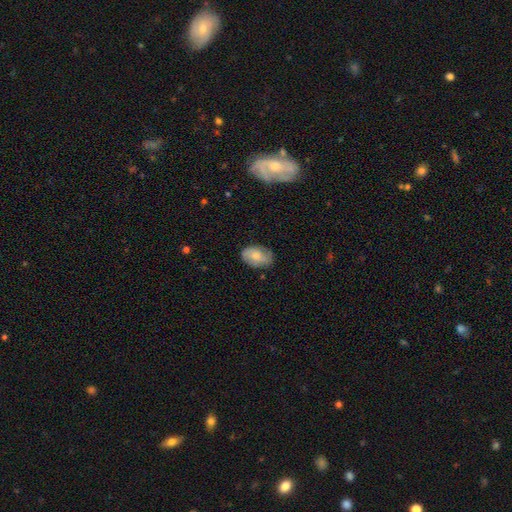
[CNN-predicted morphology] smooth 61%, featured or disk 32%, star or artifact 7%. Down the decision tree: how rounded — in between (85%); merging — none (77%).